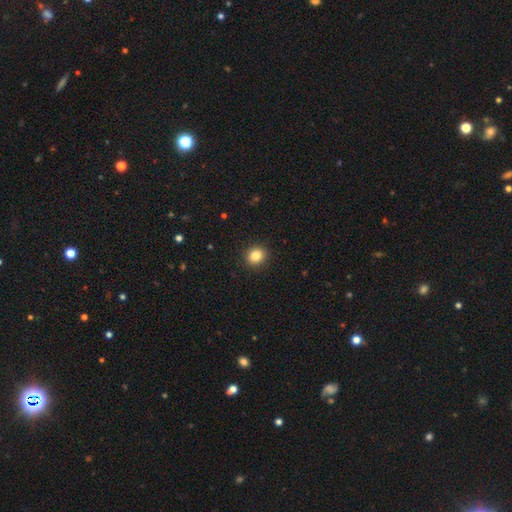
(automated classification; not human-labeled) A smooth galaxy with no disk features (84%) that is round (76%). Merging: none (92%).